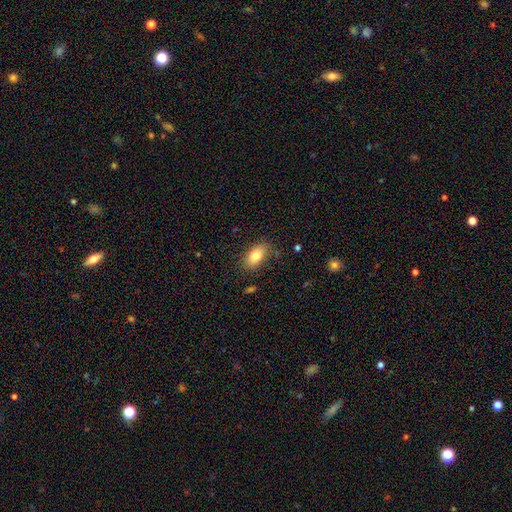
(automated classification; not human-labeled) Q: Smooth or featured?
A: smooth (81%); runner-up: featured or disk (11%)
Q: How rounded?
A: in between (90%); runner-up: round (6%)
Q: Merging?
A: none (84%); runner-up: minor disturbance (12%)